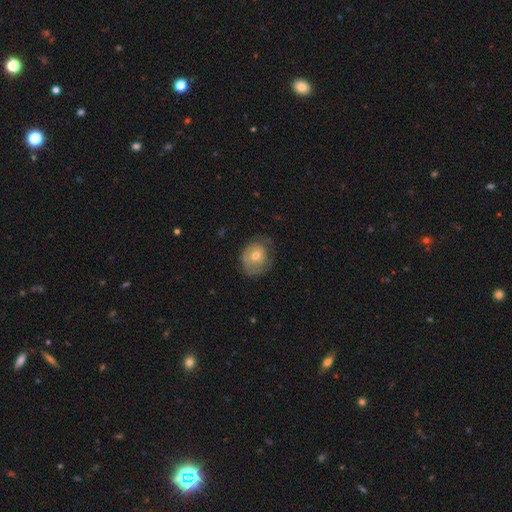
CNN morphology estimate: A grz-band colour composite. It shows a smooth galaxy with no disk features (51%) that is round (65%). Merging: none (56%).